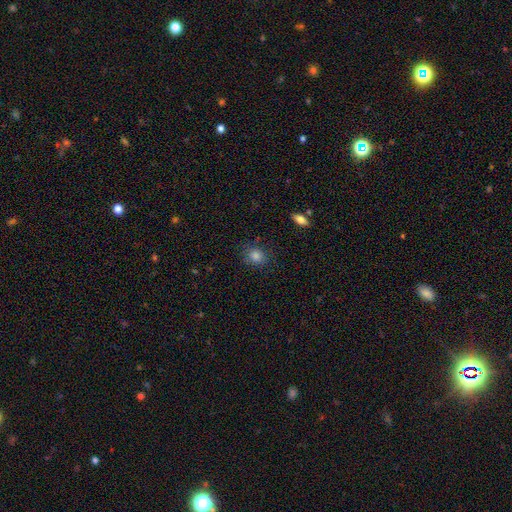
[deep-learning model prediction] Overall: smooth (82%). How rounded: round (66%; in between 33%). Merging: none (81%).